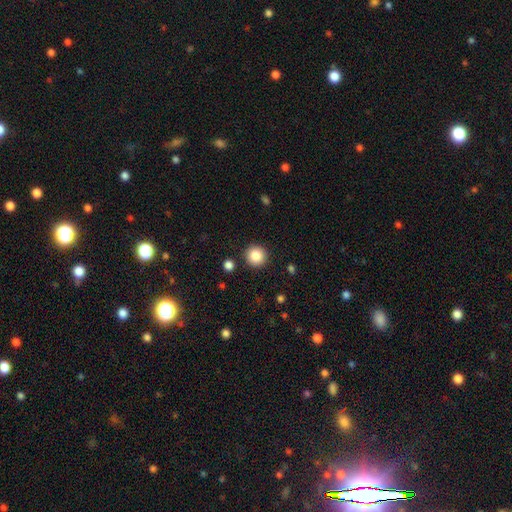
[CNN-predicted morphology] Smooth or featured: smooth — 86% (star or artifact — 9%)
How rounded: round — 95% (in between — 4%)
Merging: none — 91% (minor disturbance — 5%)